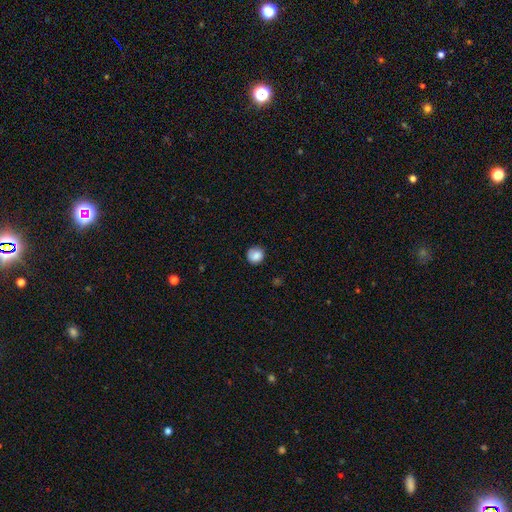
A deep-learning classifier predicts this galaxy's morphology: Smooth or featured? smooth (84%)
How rounded? round (89%)
Merging? none (81%)